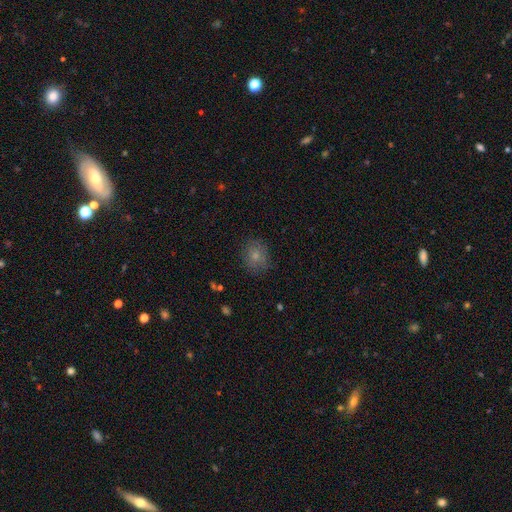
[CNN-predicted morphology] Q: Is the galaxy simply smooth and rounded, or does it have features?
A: smooth — 77%.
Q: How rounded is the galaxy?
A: round — 66%.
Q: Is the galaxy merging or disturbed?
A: none — 79%.